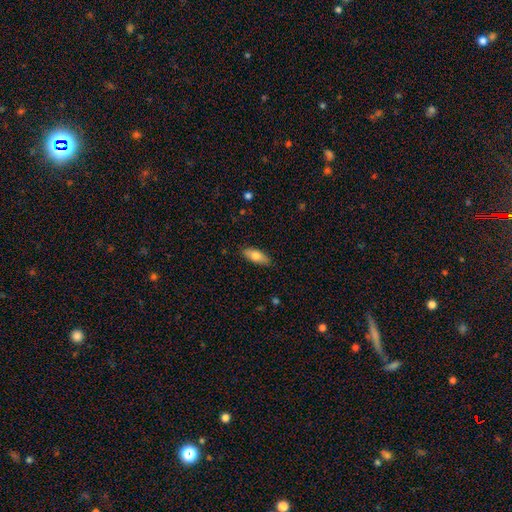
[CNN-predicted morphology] Smooth or featured?
  - smooth: 75% *
  - featured or disk: 19%
  - star or artifact: 6%
How rounded?
  - in between: 76% *
  - cigar-shaped: 21%
  - round: 2%
Merging?
  - none: 86% *
  - minor disturbance: 11%
  - major disturbance: 2%
  - merger: 1%